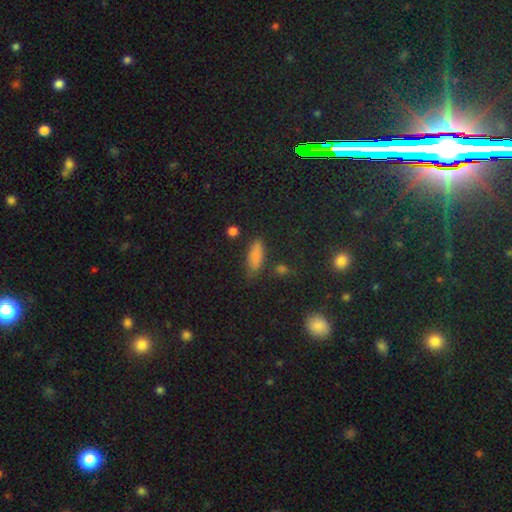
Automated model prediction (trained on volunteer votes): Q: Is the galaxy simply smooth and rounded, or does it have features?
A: smooth — 81%.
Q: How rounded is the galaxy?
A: in between — 66%.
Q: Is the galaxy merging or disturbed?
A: none — 70%.